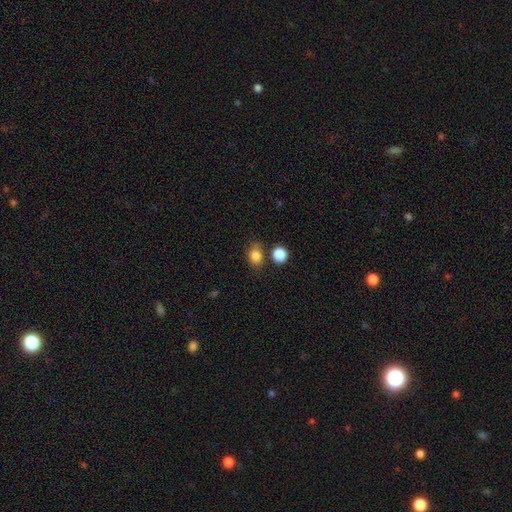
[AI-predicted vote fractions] This is clearly a smooth galaxy (84%). How rounded: possibly in between (51%). Merging: likely none (66%).